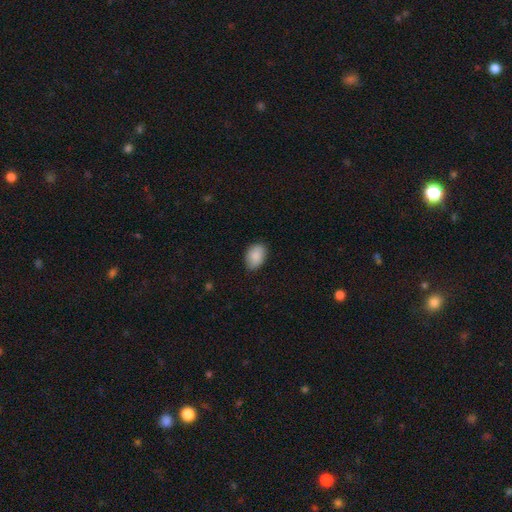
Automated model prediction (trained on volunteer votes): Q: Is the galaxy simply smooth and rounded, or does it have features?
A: smooth — 88%.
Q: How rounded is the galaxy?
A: in between — 82%.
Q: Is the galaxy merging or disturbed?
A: none — 82%.